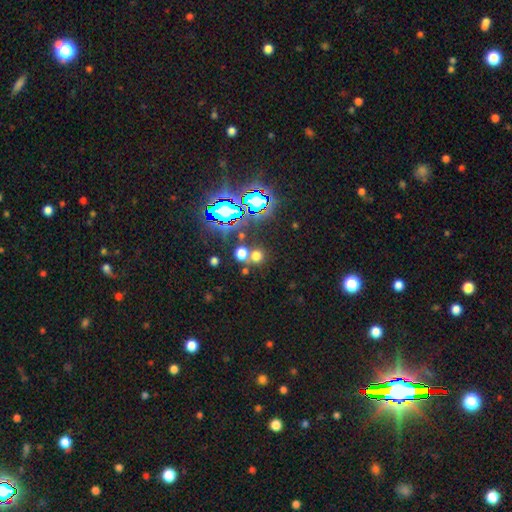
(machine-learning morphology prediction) The model was most divided on "smooth or featured": smooth: 60%, star or artifact: 32%, featured or disk: 8%. More confident: how rounded — round (87%); merging — none (66%).